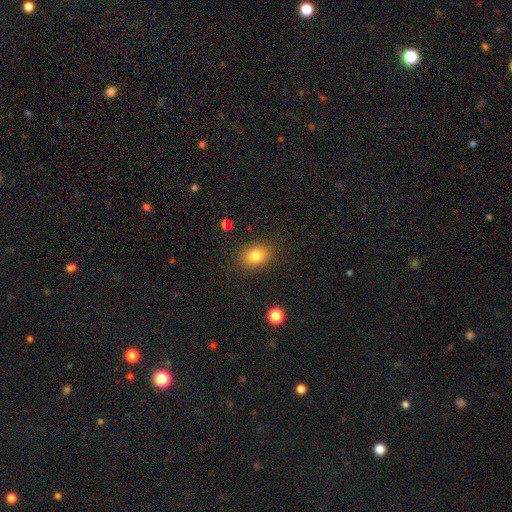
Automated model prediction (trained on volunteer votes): A smooth galaxy with no disk features (81%) that is in between round and cigar-shaped (72%).

Vote fractions:
- Smooth or featured? smooth: 81% / star or artifact: 10% / featured or disk: 9%
- How rounded? in between: 72% / round: 27% / cigar-shaped: 1%
- Merging? none: 86% / minor disturbance: 10% / major disturbance: 3% / merger: 1%